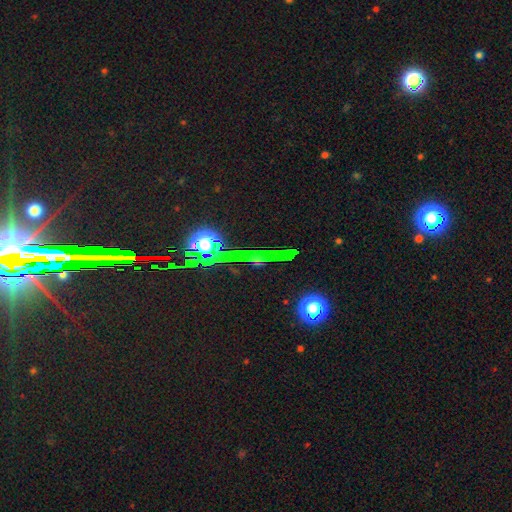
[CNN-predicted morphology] Smooth or featured? Predicted: star or artifact (p=0.75).